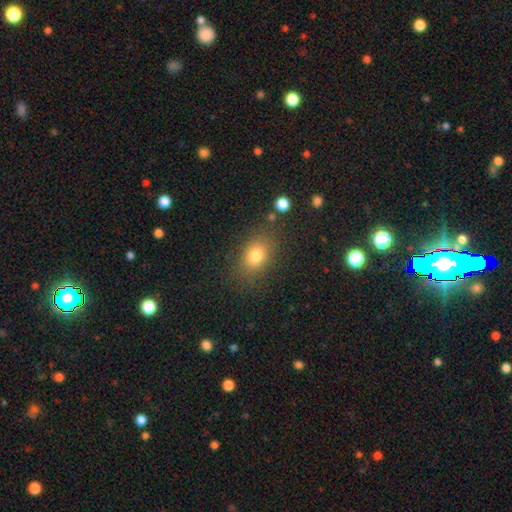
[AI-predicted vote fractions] This appears to be a smooth galaxy with no disk features (78%) that is in between round and cigar-shaped (69%). Merging: none (80%).